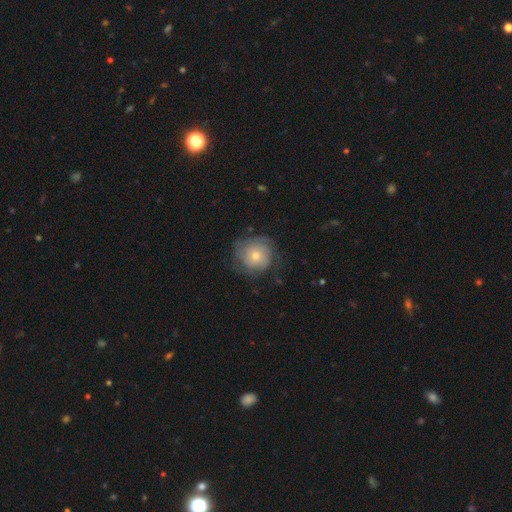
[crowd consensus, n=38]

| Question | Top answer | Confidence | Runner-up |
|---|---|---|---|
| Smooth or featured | featured or disk | 50% | smooth (47%) |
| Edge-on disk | no | 89% | yes (11%) |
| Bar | no | 88% | weak (12%) |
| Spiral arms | yes | 82% | no (18%) |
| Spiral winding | tight | 43% | medium (36%) |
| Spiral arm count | can't tell | 64% | 3 (21%) |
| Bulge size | small | 59% | moderate (41%) |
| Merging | none | 59% | minor disturbance (27%) |